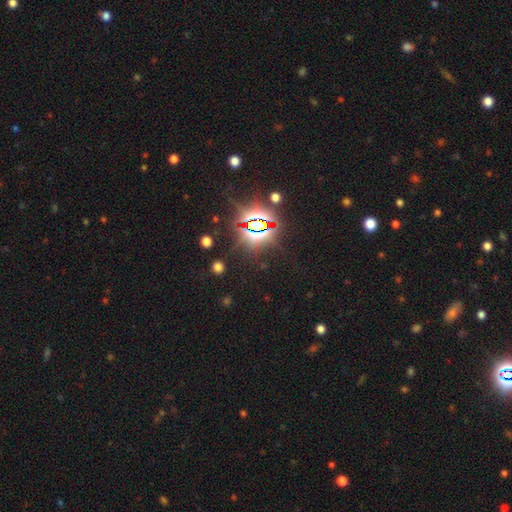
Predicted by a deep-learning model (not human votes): smooth_or_featured: star or artifact (p=0.85) [alt: smooth p=0.09]